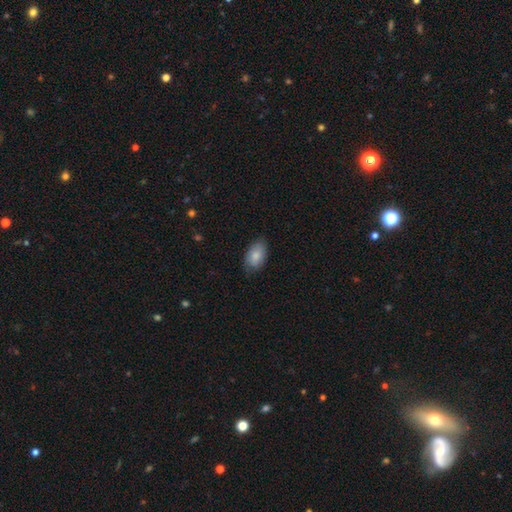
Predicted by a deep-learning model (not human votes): Smooth or featured: smooth — 81% (featured or disk — 12%)
How rounded: in between — 92% (round — 6%)
Merging: none — 77% (minor disturbance — 19%)